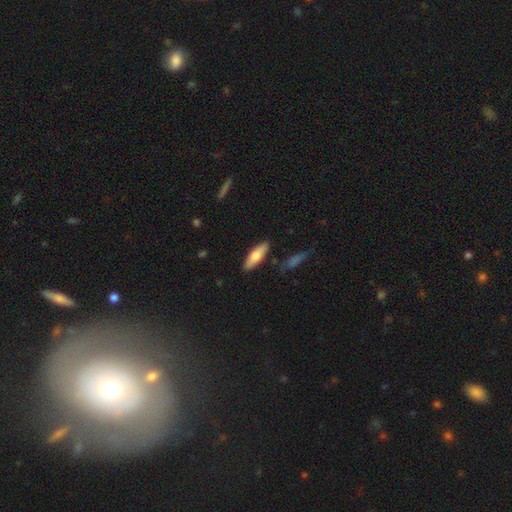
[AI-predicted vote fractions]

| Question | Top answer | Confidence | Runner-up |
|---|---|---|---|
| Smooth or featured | smooth | 68% | featured or disk (27%) |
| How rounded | cigar-shaped | 49% | tied: in between (49%) |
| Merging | none | 85% | minor disturbance (10%) |